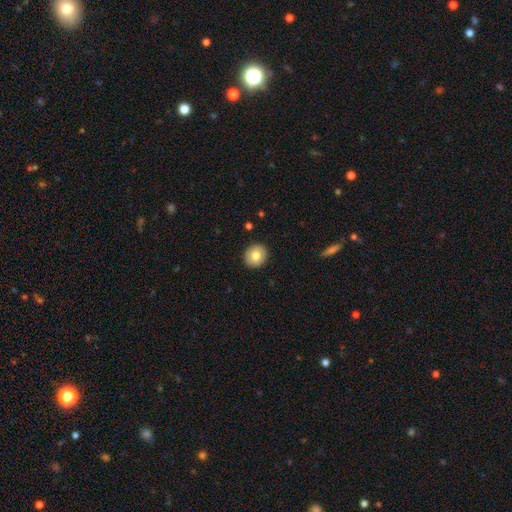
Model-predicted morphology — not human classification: A smooth galaxy with no disk features (77%) that is round (87%).

Vote fractions:
- Smooth or featured? smooth: 77% / featured or disk: 15% / star or artifact: 8%
- How rounded? round: 87% / in between: 12% / cigar-shaped: 1%
- Merging? none: 92% / minor disturbance: 6% / major disturbance: 2% / merger: 1%